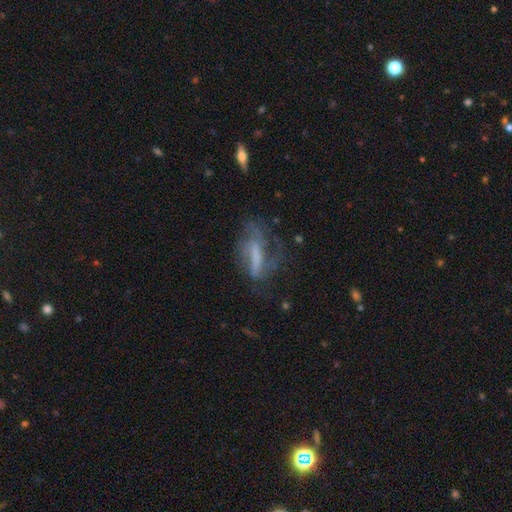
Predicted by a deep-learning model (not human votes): Smooth or featured? Predicted: featured or disk (p=0.53). Edge-on disk? Predicted: no (p=0.76). Merging? Predicted: none (p=0.41).